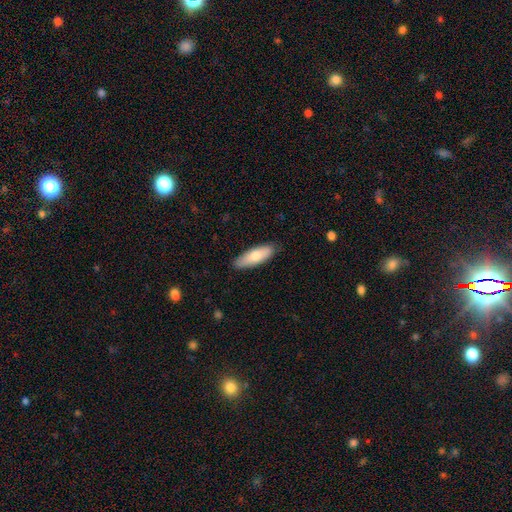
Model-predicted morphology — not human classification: This is likely a smooth galaxy (73%). How rounded: likely in between (62%). Merging: clearly none (86%).